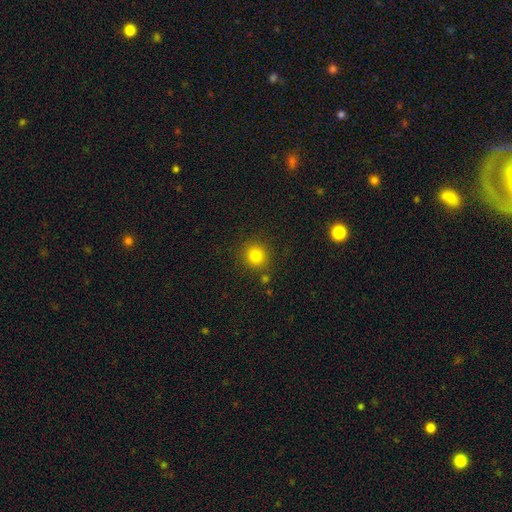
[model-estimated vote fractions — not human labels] Morphology: type=smooth (81%); roundness=round (91%); merging=none (86%).